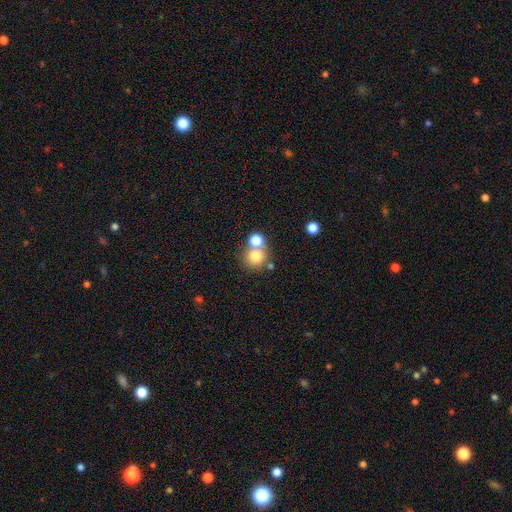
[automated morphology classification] Smooth or featured?
  - smooth: 76% *
  - star or artifact: 13%
  - featured or disk: 11%
How rounded?
  - round: 89% *
  - in between: 10%
  - cigar-shaped: 1%
Merging?
  - none: 56% *
  - merger: 34%
  - minor disturbance: 7%
  - major disturbance: 3%